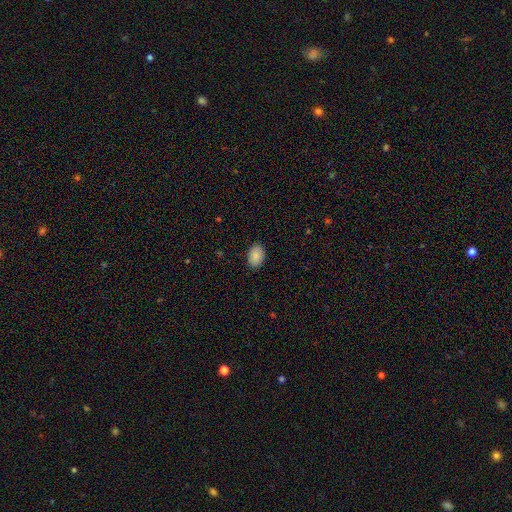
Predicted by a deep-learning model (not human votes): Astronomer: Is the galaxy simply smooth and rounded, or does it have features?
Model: smooth — 89%.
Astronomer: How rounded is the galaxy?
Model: in between — 87%.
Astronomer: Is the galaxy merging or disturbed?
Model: none — 88%.